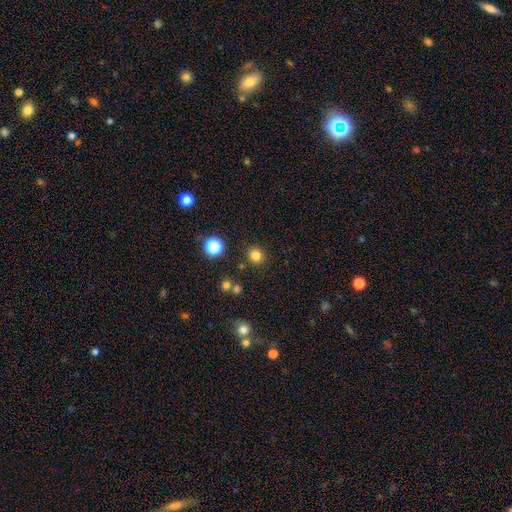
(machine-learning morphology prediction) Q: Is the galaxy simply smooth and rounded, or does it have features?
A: smooth — 81%.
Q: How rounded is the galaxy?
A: round — 88%.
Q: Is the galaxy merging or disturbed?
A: none — 87%.